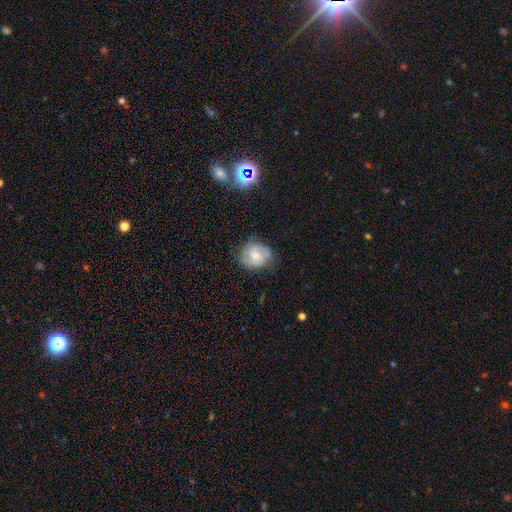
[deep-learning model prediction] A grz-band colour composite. It shows a featured or disk galaxy (62%) with no bar (54%), 2 (78%) medium (46%) spiral arms (90%) and a moderate central bulge (57%). Merging: none (73%).